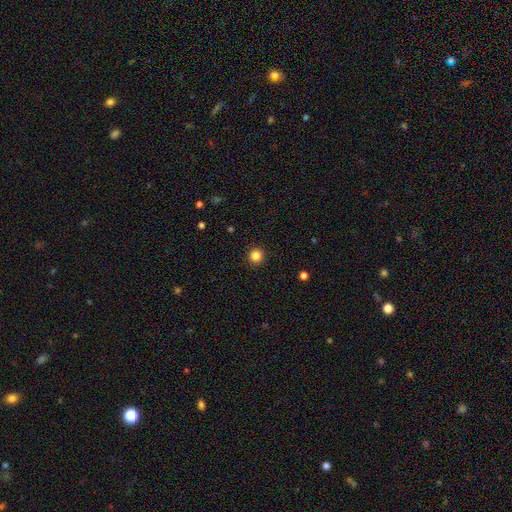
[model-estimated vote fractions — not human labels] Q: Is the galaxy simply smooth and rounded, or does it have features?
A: smooth — 85%.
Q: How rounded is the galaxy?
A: round — 95%.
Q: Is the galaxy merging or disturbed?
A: none — 92%.